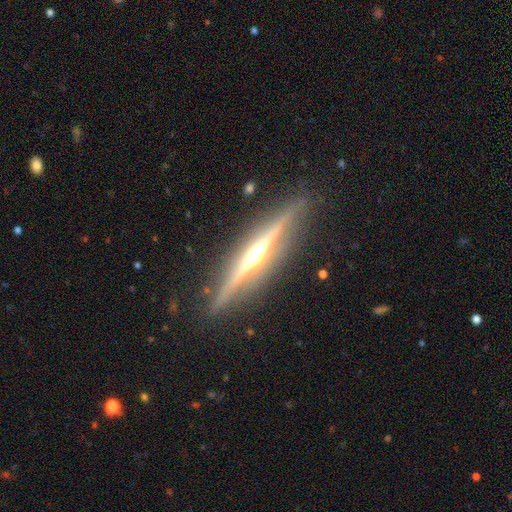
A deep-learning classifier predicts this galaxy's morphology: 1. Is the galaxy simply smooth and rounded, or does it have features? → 85% featured or disk, 9% smooth, 6% star or artifact.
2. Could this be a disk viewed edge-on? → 97% yes, 3% no.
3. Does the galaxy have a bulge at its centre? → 87% rounded, 7% boxy, 5% none.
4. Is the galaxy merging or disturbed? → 87% none, 9% minor disturbance, 3% major disturbance, 1% merger.